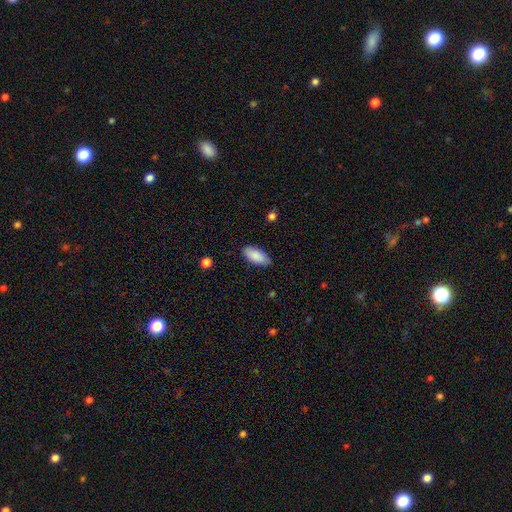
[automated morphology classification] smooth_or_featured: smooth (p=0.89) [alt: star or artifact p=0.06]
how_rounded: in between (p=0.89) [alt: cigar-shaped p=0.09]
merging: none (p=0.87) [alt: minor disturbance p=0.10]